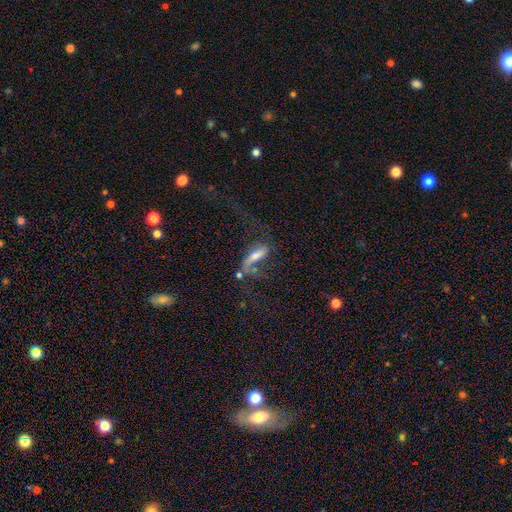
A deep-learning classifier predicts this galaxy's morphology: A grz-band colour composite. It shows a featured or disk galaxy (45%, tied with smooth). Merging: major disturbance (36%).